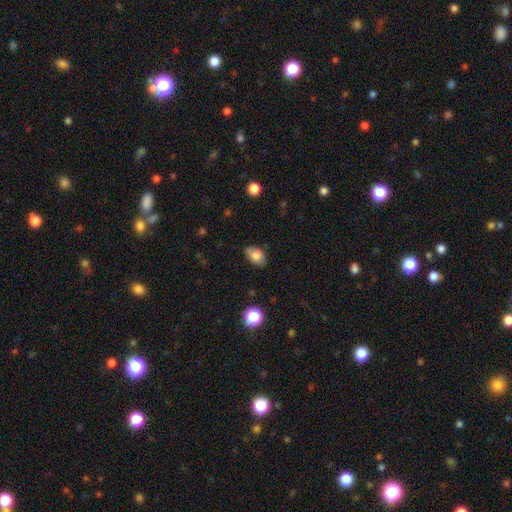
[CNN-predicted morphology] Smooth or featured: smooth — 78% (featured or disk — 13%)
How rounded: in between — 84% (round — 15%)
Merging: none — 76% (minor disturbance — 19%)